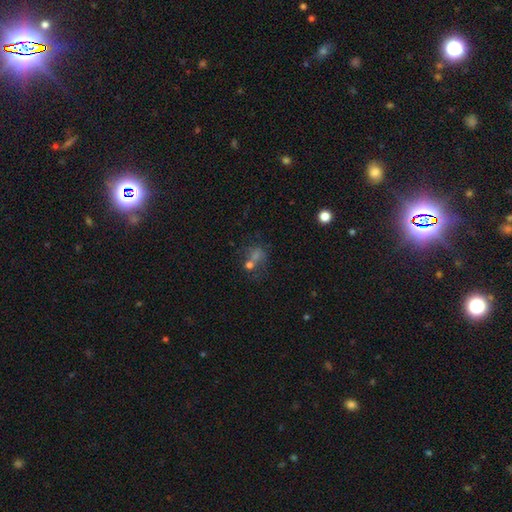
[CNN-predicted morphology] smooth_or_featured: smooth (p=0.44) [alt: star or artifact p=0.35]
merging: none (p=0.43) [alt: merger p=0.30]